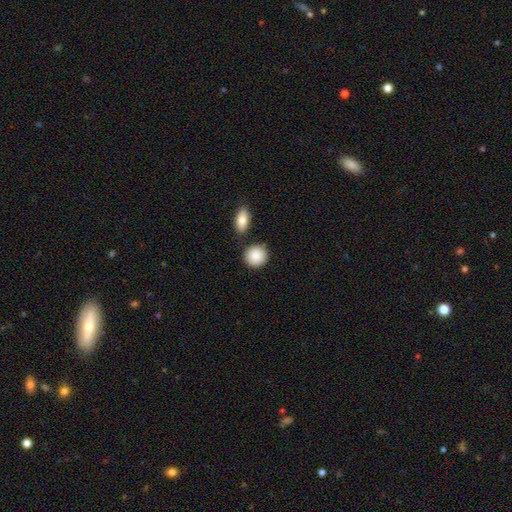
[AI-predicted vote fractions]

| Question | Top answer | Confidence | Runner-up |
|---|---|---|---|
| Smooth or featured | smooth | 89% | star or artifact (6%) |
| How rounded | round | 85% | in between (13%) |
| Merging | none | 79% | minor disturbance (10%) |